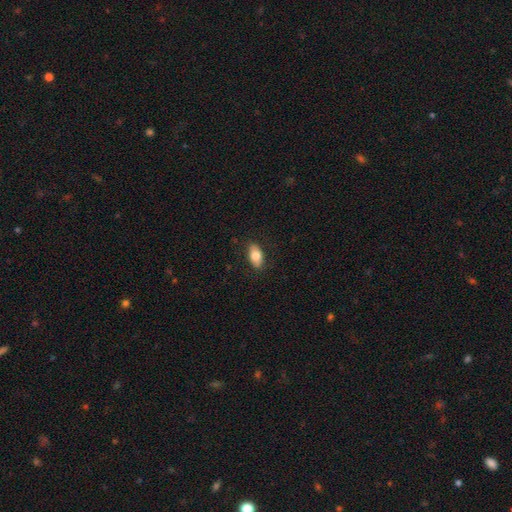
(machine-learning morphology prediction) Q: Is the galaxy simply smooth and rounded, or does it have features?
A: smooth — 77%.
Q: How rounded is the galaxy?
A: in between — 89%.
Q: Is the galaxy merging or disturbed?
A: none — 86%.